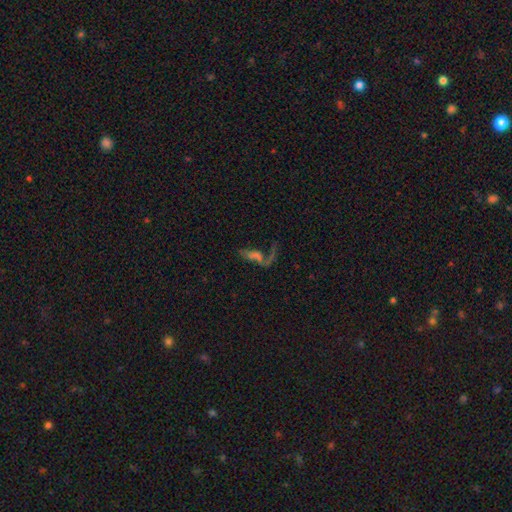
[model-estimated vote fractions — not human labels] A featured or disk galaxy (40%).

Vote fractions:
- Smooth or featured? featured or disk: 40% / smooth: 35% / star or artifact: 25%
- Merging? merger: 32% / none: 29% / major disturbance: 27% / minor disturbance: 13%